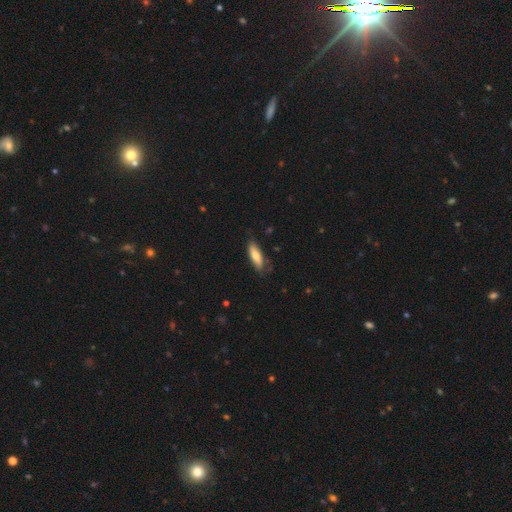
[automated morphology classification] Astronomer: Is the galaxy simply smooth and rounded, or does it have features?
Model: smooth — 74%.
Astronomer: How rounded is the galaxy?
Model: in between — 50% (runner-up: cigar-shaped, 48%).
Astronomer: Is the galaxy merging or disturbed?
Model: none — 69%.